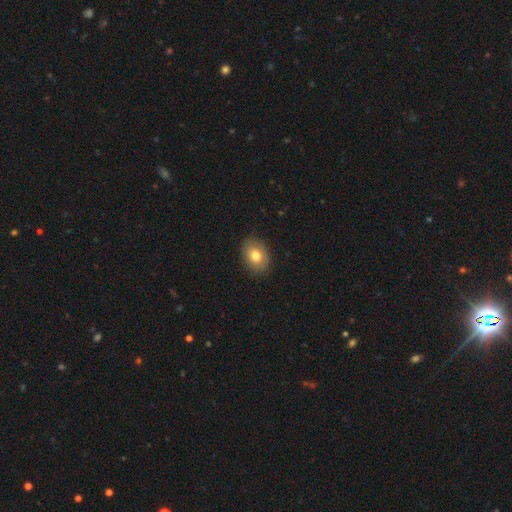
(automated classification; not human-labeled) smooth-or-featured: smooth: 78% | featured or disk: 14% | star or artifact: 8%
  how-rounded: in between: 69% | round: 30% | cigar-shaped: 1%
  merging: none: 87% | minor disturbance: 10% | major disturbance: 2% | merger: 1%